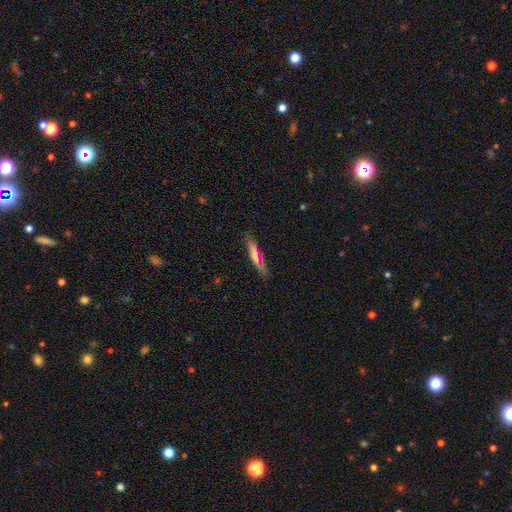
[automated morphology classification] smooth 61%, featured or disk 32%, star or artifact 7%. Down the decision tree: how rounded — cigar-shaped (83%); merging — none (81%).